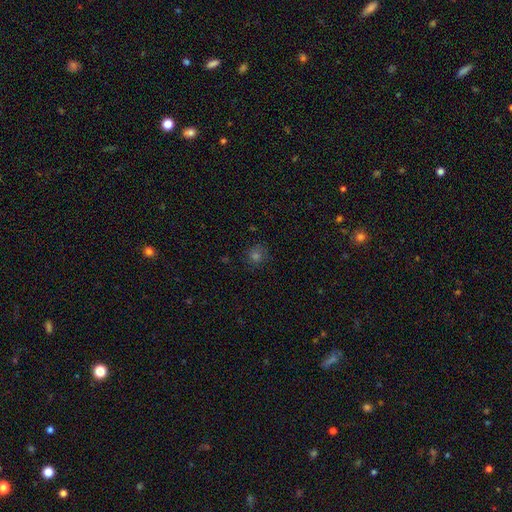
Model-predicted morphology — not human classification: A smooth galaxy with no disk features (65%) that is round (88%). Merging: none (84%).